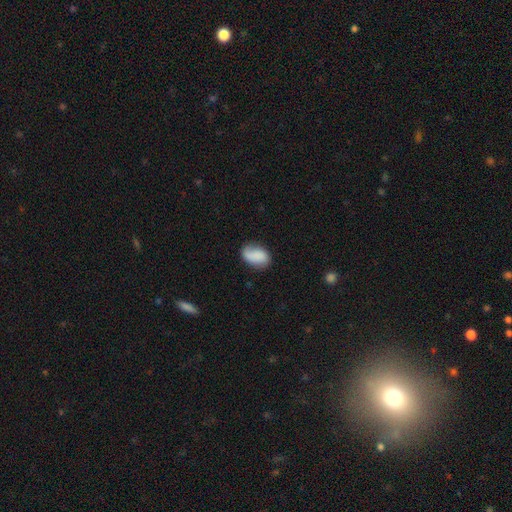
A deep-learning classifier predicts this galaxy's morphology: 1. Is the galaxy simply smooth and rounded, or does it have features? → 79% smooth, 14% featured or disk, 8% star or artifact.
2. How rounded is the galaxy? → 88% in between, 10% round, 2% cigar-shaped.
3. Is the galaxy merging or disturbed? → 65% none, 25% minor disturbance, 8% major disturbance, 2% merger.